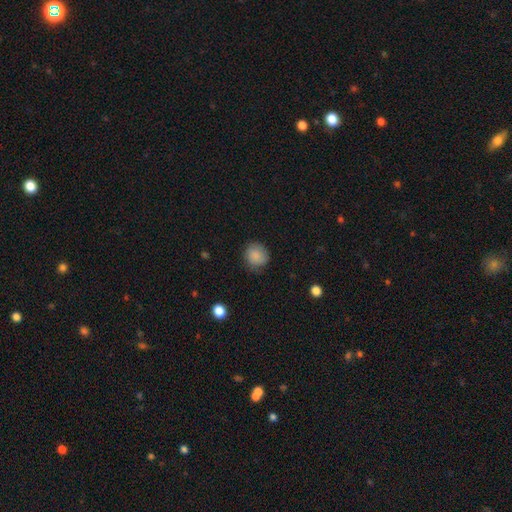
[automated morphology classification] Smooth or featured: smooth — 85% (star or artifact — 8%)
How rounded: round — 85% (in between — 14%)
Merging: none — 78% (minor disturbance — 17%)